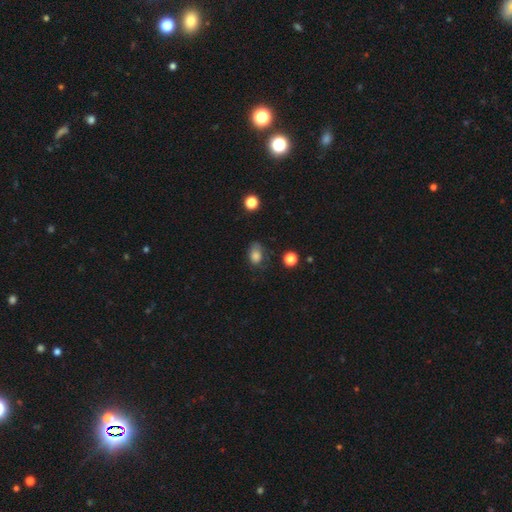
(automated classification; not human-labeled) Q: Smooth or featured?
A: smooth (79%); runner-up: star or artifact (12%)
Q: How rounded?
A: in between (74%); runner-up: round (24%)
Q: Merging?
A: none (50%); runner-up: minor disturbance (33%)